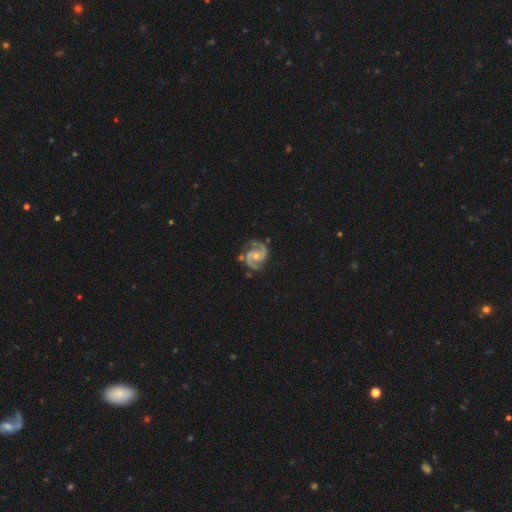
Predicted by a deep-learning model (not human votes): Overall: featured or disk (92%). Edge-on disk: no (98%). Bar: no (61%; weak 30%). Spiral arms: yes (98%). Spiral arm count: 2 (93%). Spiral winding: medium (58%; tight 31%). Bulge size: moderate (48%; small 47%). Merging: none (75%).